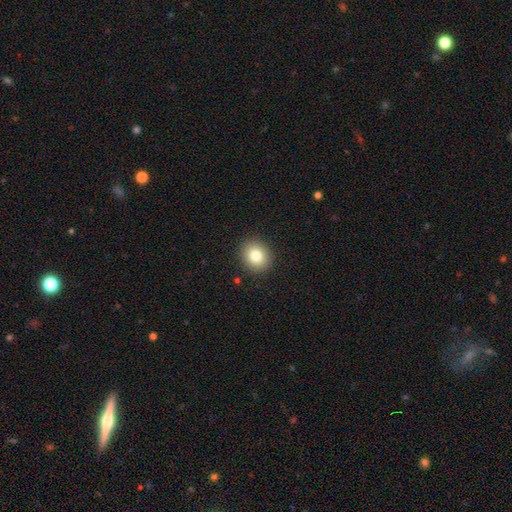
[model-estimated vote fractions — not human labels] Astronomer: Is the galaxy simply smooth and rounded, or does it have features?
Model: smooth — 80%.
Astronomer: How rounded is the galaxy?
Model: round — 74%.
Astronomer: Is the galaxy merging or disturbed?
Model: none — 90%.